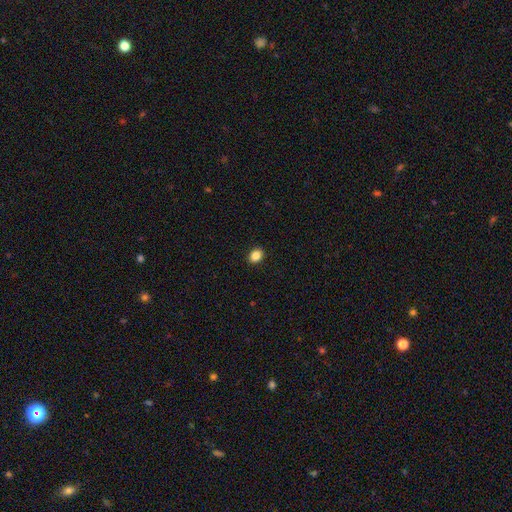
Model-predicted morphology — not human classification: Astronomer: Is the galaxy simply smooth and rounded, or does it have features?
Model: smooth — 86%.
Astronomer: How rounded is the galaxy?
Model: in between — 58% (runner-up: round, 41%).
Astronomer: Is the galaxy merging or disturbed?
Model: none — 91%.